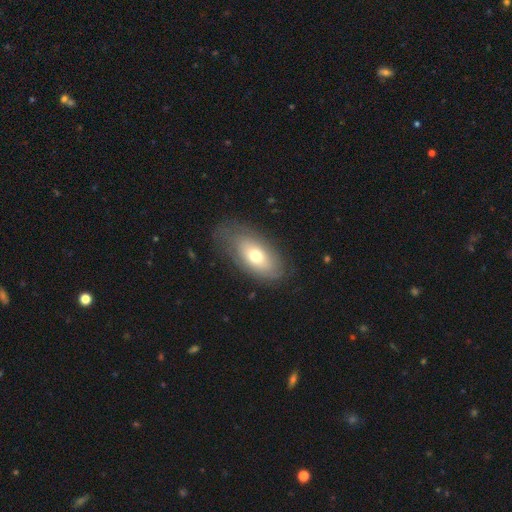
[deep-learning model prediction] Overall: smooth (60%; featured or disk 33%). How rounded: in between (90%). Merging: none (68%).